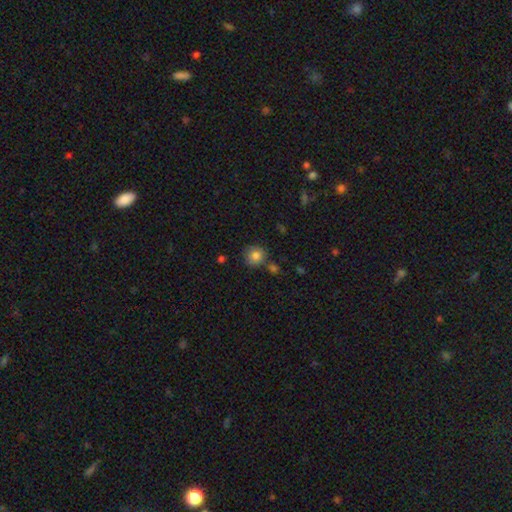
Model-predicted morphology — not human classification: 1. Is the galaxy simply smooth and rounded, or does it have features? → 81% smooth, 10% star or artifact, 9% featured or disk.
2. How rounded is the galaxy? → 89% round, 10% in between, 1% cigar-shaped.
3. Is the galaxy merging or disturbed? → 75% none, 13% minor disturbance, 9% merger, 3% major disturbance.